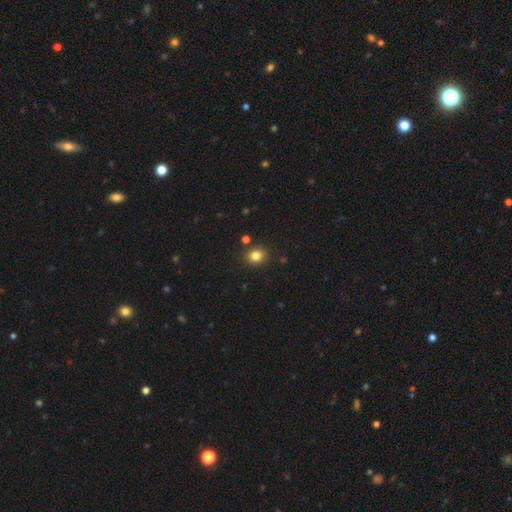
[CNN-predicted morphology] type=smooth (81%); roundness=round (72%); merging=none (87%).